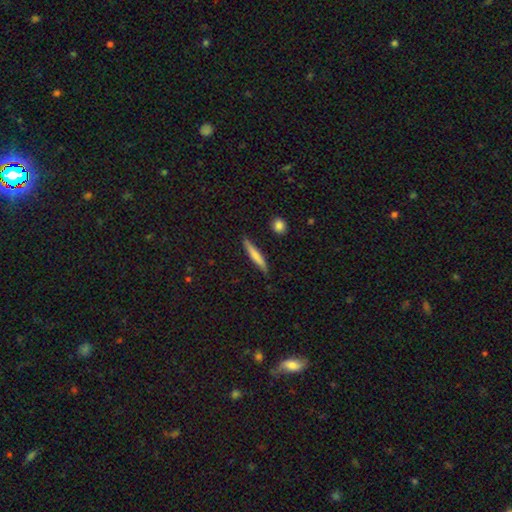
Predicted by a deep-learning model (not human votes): Smooth or featured: smooth — 68% (featured or disk — 26%)
How rounded: cigar-shaped — 92% (in between — 7%)
Merging: none — 82% (minor disturbance — 14%)